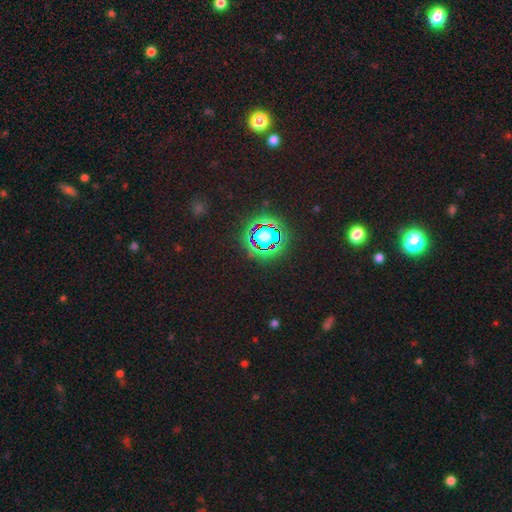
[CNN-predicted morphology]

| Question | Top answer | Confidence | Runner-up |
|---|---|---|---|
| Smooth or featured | star or artifact | 81% | smooth (12%) |